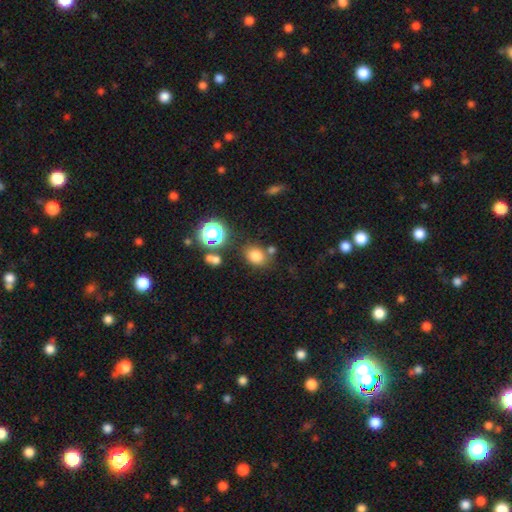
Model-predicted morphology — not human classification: This is likely a smooth galaxy (76%). How rounded: possibly round (52%). Merging: likely none (71%).